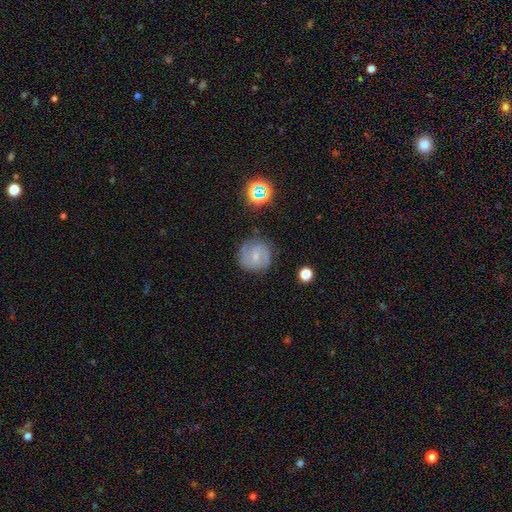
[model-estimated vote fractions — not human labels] Q: Smooth or featured?
A: featured or disk (53%); runner-up: smooth (36%)
Q: Edge-on disk?
A: no (97%); runner-up: yes (3%)
Q: Bar?
A: weak (48%); runner-up: no (40%)
Q: Spiral arms?
A: yes (80%); runner-up: no (20%)
Q: Bulge size?
A: small (67%); runner-up: moderate (24%)
Q: Merging?
A: none (72%); runner-up: minor disturbance (19%)